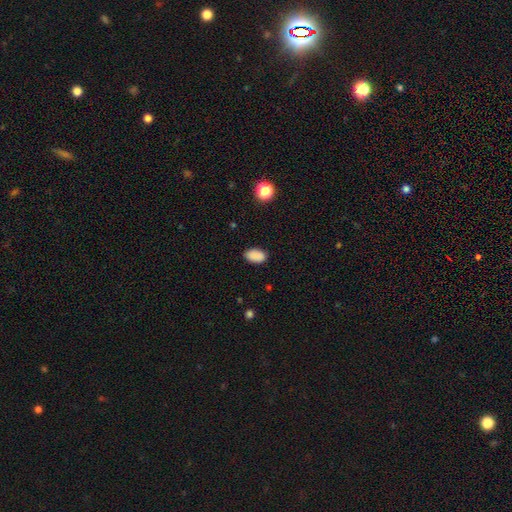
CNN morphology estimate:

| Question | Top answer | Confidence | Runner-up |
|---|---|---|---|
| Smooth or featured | smooth | 88% | star or artifact (9%) |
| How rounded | in between | 92% | round (7%) |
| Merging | none | 86% | minor disturbance (11%) |